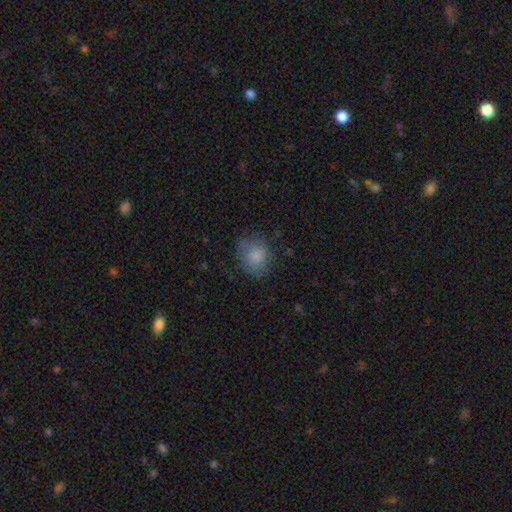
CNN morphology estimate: This appears to be a smooth galaxy with no disk features (81%) that is round (67%). Merging: none (66%).